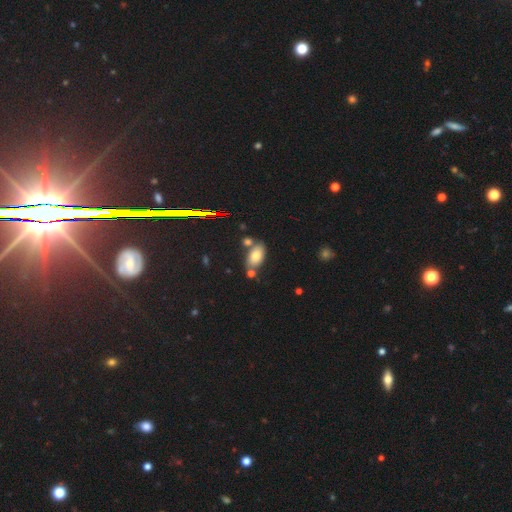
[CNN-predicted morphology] Smooth or featured? Predicted: smooth (p=0.75). How rounded? Predicted: in between (p=0.90). Merging? Predicted: none (p=0.63).